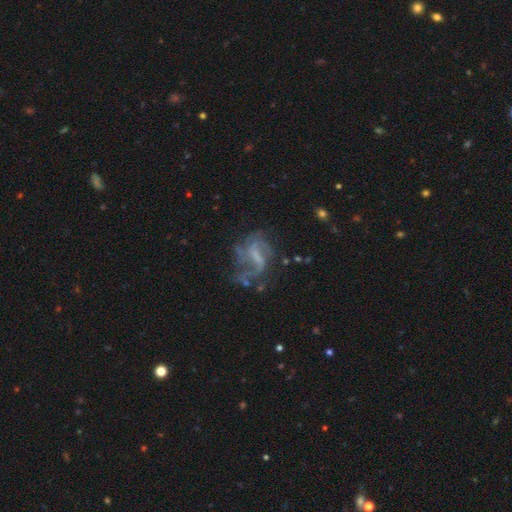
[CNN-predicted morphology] smooth_or_featured: featured or disk (p=0.75) [alt: smooth p=0.13]
disk_edge_on: no (p=0.97) [alt: yes p=0.03]
bar: weak (p=0.45) [alt: strong p=0.31]
has_spiral_arms: yes (p=0.78) [alt: no p=0.22]
spiral_winding: loose (p=0.47) [alt: medium p=0.37]
spiral_arm_count: 2 (p=0.38) [alt: can't tell p=0.27]
bulge_size: none (p=0.49) [alt: small p=0.28]
merging: none (p=0.45) [alt: major disturbance p=0.30]